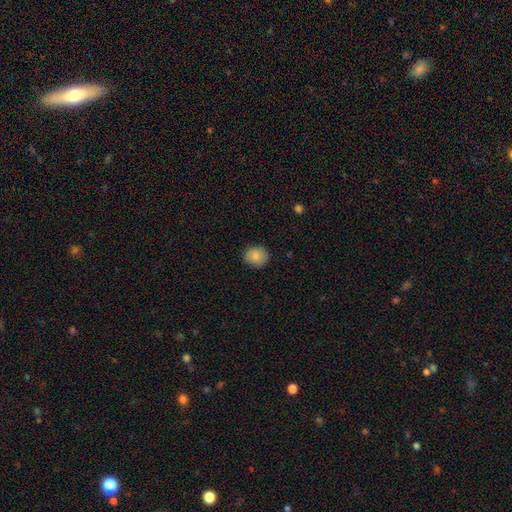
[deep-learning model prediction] Smooth or featured? smooth (84%)
How rounded? round (73%)
Merging? none (87%)